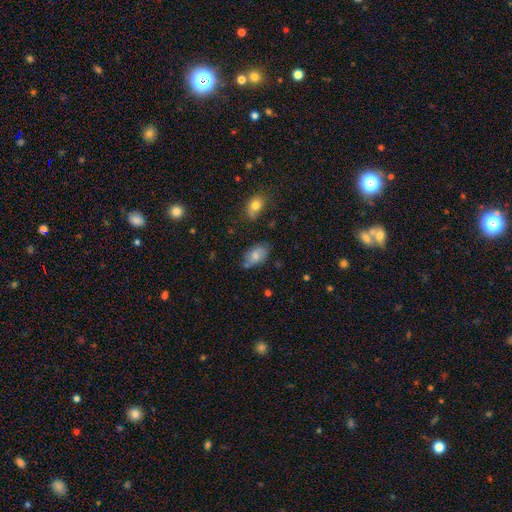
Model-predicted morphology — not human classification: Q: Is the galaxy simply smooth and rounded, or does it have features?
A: smooth — 75%.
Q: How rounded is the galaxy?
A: in between — 93%.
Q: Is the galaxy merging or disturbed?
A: none — 67%.